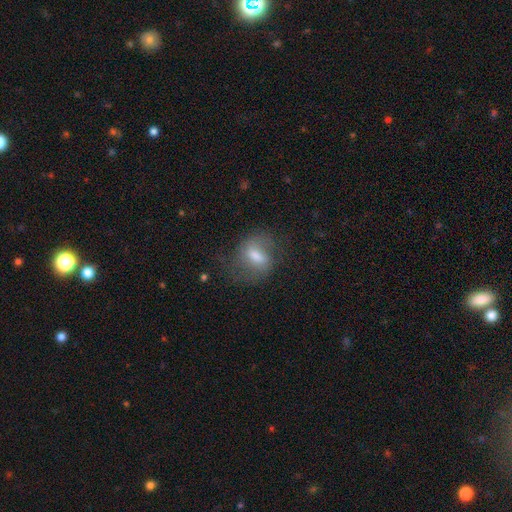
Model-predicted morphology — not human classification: smooth 49%, featured or disk 41%, star or artifact 9%. Down the decision tree: merging — none (52%).